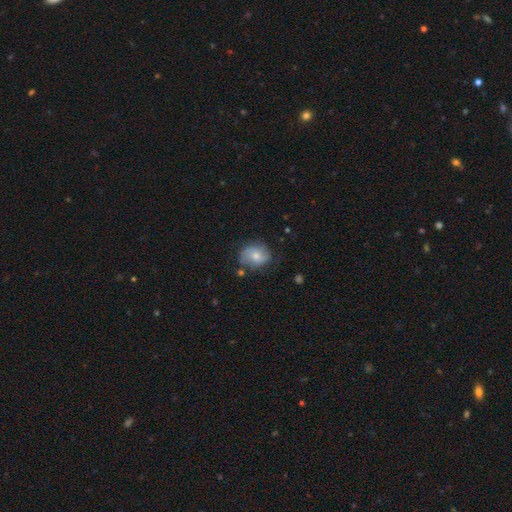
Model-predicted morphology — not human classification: A featured or disk galaxy (46%, tied with smooth). Merging: none (67%).